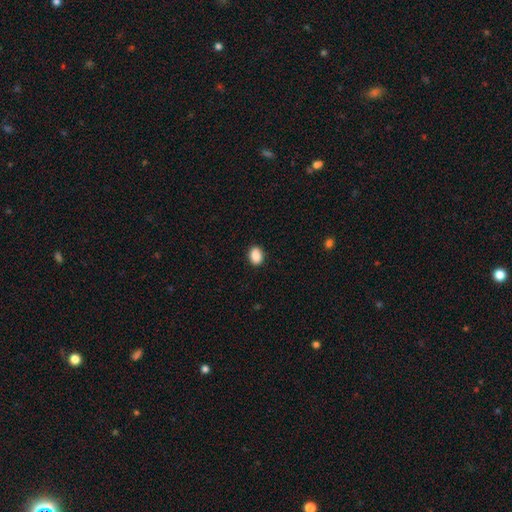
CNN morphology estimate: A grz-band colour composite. It shows a smooth galaxy with no disk features (90%) that is in between round and cigar-shaped (72%). Merging: none (89%).